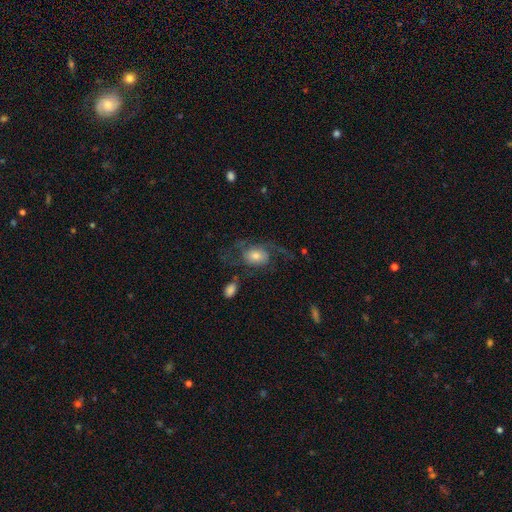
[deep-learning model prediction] The model was most divided on "merging": none: 44%, major disturbance: 35%, minor disturbance: 18%, merger: 4%. Remaining: edge-on disk — no (96%); spiral arms — yes (84%); bar — no (70%); spiral arm count — 2 (67%); smooth or featured — featured or disk (63%); spiral winding — loose (54%); bulge size — moderate (47%).